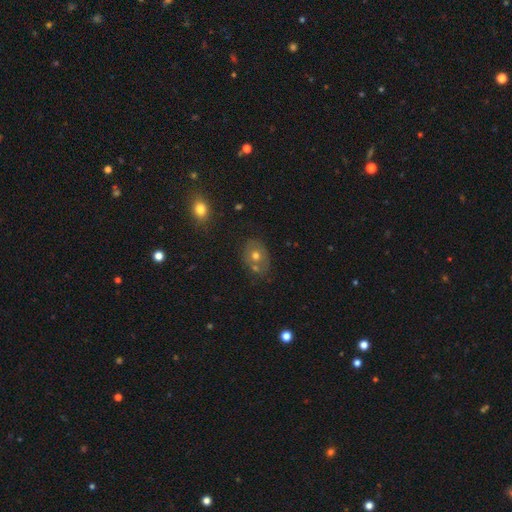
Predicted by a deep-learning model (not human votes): A smooth galaxy with no disk features (58%) that is in between round and cigar-shaped (53%). Merging: none (58%).